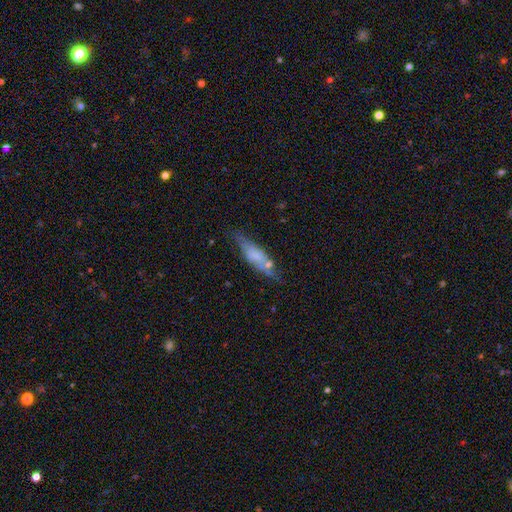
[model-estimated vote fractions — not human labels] Smooth or featured: smooth — 51% (featured or disk — 40%)
How rounded: cigar-shaped — 56% (in between — 41%)
Merging: none — 55% (minor disturbance — 25%)